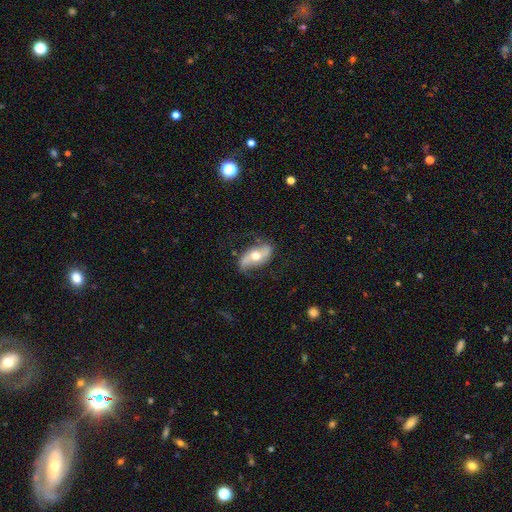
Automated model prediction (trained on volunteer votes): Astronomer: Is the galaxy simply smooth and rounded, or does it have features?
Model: featured or disk — 66%.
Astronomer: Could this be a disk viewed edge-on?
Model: no — 86%.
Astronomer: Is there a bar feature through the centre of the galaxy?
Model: no — 51%.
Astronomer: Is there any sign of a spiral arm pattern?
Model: yes — 81%.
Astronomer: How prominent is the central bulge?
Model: moderate — 76%.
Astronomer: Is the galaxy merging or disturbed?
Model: none — 74%.